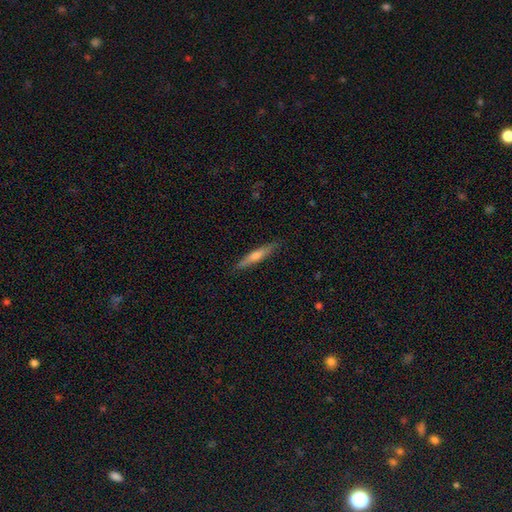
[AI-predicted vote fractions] Smooth or featured: featured or disk — 57% (smooth — 36%)
Edge-on disk: yes — 96% (no — 4%)
Edge-on bulge: rounded — 78% (none — 15%)
Merging: none — 89% (minor disturbance — 8%)